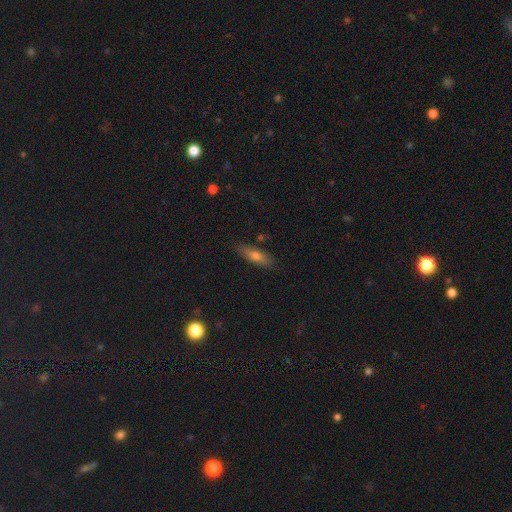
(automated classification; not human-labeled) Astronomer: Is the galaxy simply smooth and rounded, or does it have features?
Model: smooth — 63%.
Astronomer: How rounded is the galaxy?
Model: cigar-shaped — 53% (runner-up: in between, 44%).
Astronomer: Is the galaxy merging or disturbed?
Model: none — 83%.